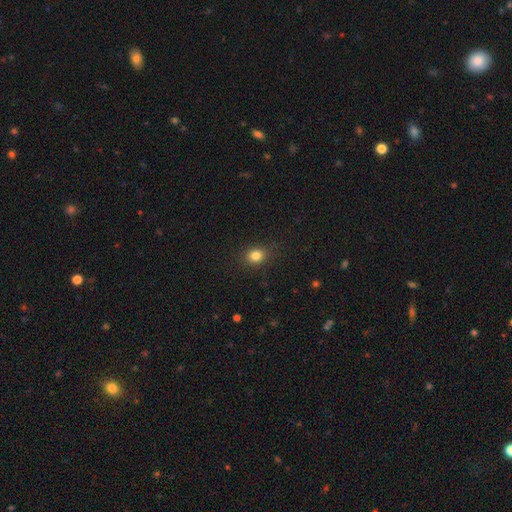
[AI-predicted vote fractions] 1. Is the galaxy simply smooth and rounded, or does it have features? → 83% smooth, 12% star or artifact, 5% featured or disk.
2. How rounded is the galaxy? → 64% round, 35% in between, 1% cigar-shaped.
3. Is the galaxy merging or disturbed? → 87% none, 9% minor disturbance, 3% major disturbance, 1% merger.